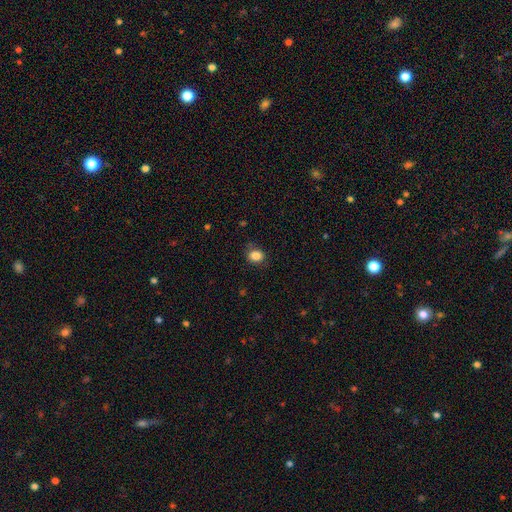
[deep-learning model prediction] smooth 85%, star or artifact 10%, featured or disk 5%. Down the decision tree: how rounded — in between (51%); merging — none (75%).